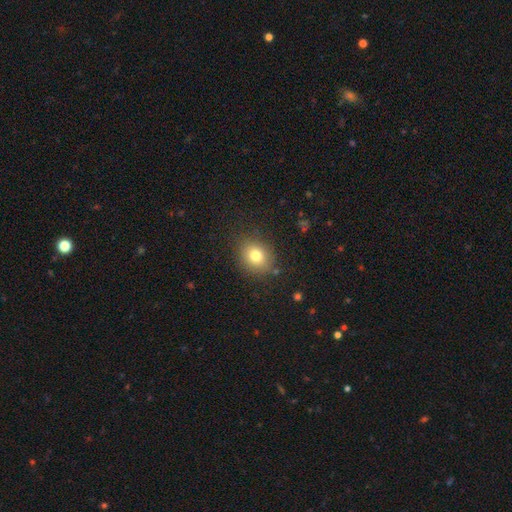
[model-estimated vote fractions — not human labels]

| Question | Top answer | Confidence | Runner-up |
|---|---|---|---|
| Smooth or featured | smooth | 78% | star or artifact (12%) |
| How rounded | round | 64% | in between (35%) |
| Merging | none | 84% | minor disturbance (11%) |